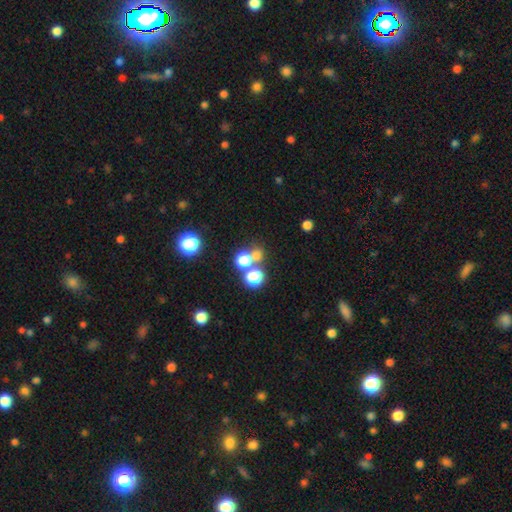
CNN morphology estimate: Smooth or featured: smooth — 63% (star or artifact — 28%)
How rounded: round — 87% (in between — 11%)
Merging: none — 59% (merger — 29%)